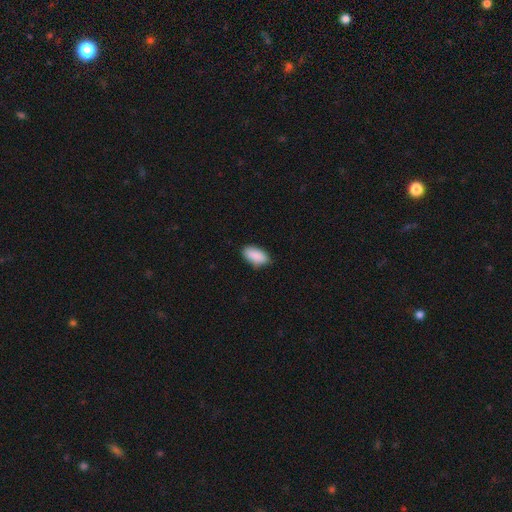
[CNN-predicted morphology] Smooth or featured? smooth (90%)
How rounded? in between (93%)
Merging? none (82%)